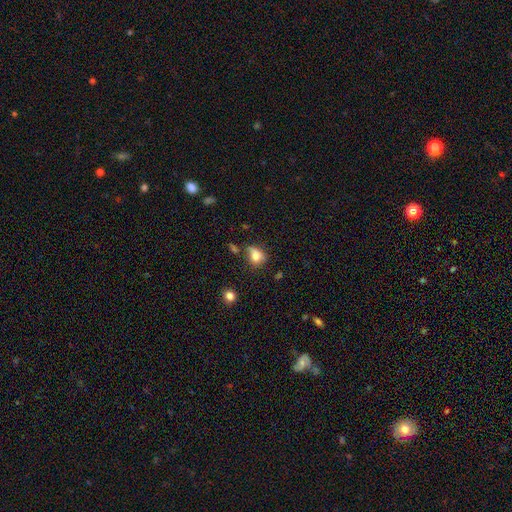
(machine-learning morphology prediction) This appears to be a smooth galaxy with no disk features (76%) that is in between round and cigar-shaped (55%). Merging: none (46%).